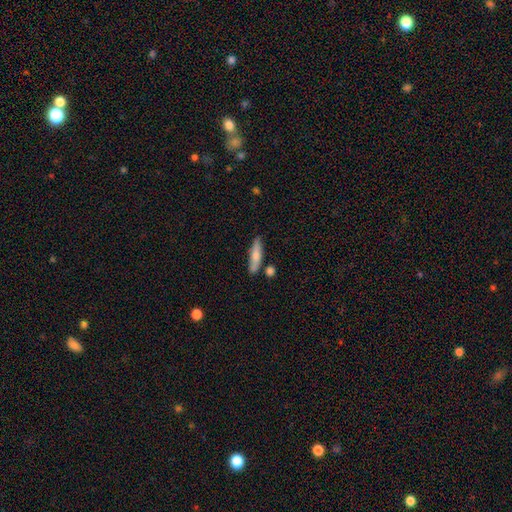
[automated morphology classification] Smooth or featured? Predicted: smooth (p=0.73). How rounded? Predicted: cigar-shaped (p=0.76). Merging? Predicted: none (p=0.76).